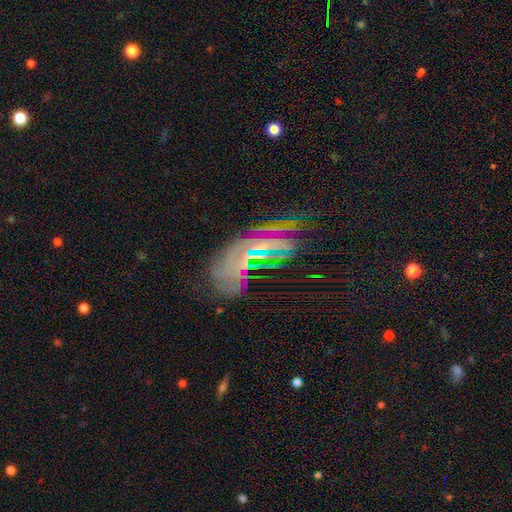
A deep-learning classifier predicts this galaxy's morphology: Smooth or featured: featured or disk — 45% (star or artifact — 33%)
Merging: none — 65% (minor disturbance — 19%)